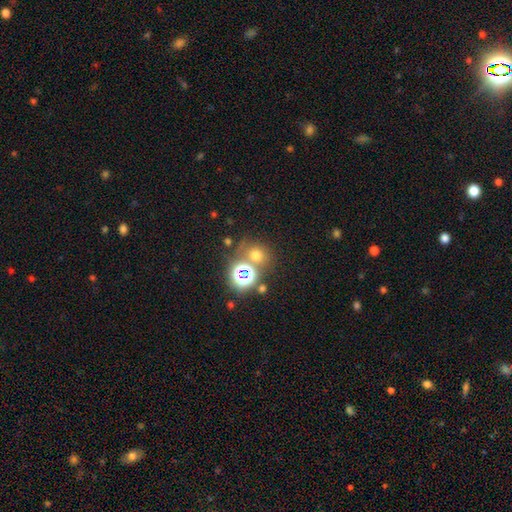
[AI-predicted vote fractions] Smooth or featured? smooth (60%)
How rounded? round (80%)
Merging? none (66%)